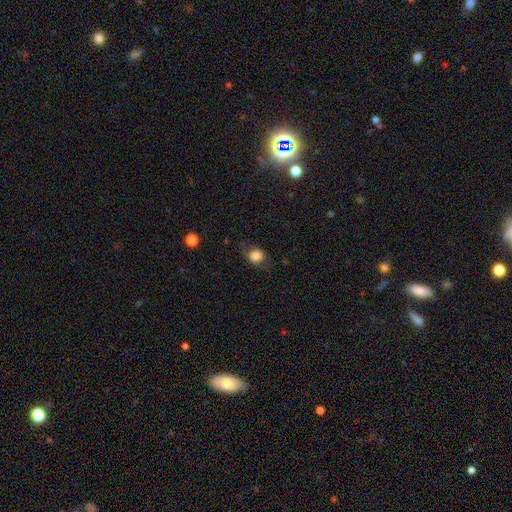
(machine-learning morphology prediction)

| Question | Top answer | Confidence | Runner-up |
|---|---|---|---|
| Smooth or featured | smooth | 73% | featured or disk (18%) |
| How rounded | round | 52% | in between (46%) |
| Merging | none | 69% | minor disturbance (19%) |